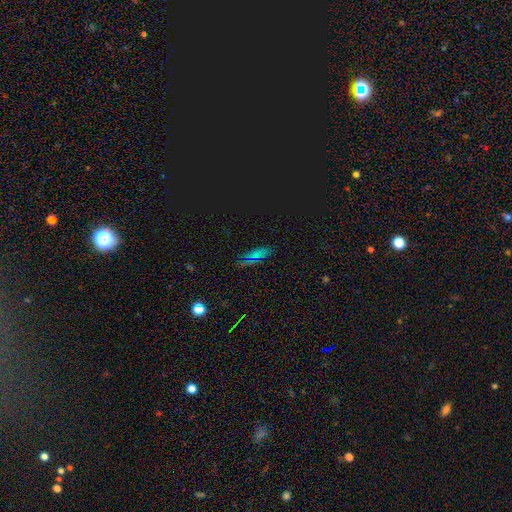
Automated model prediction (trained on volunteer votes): Smooth or featured? smooth (57%)
How rounded? in between (66%)
Merging? none (80%)